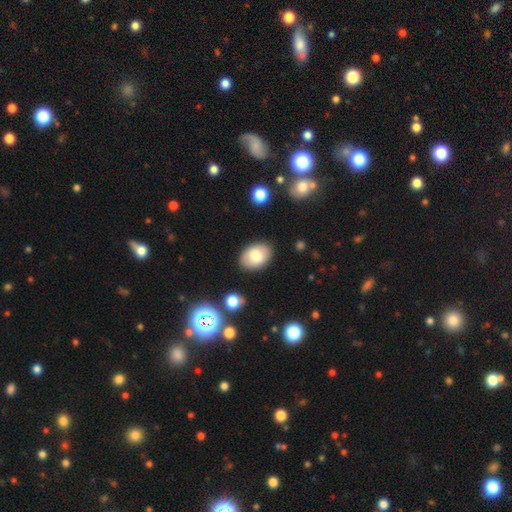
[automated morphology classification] Smooth or featured: smooth — 78% (featured or disk — 14%)
How rounded: in between — 86% (round — 13%)
Merging: none — 86% (minor disturbance — 10%)